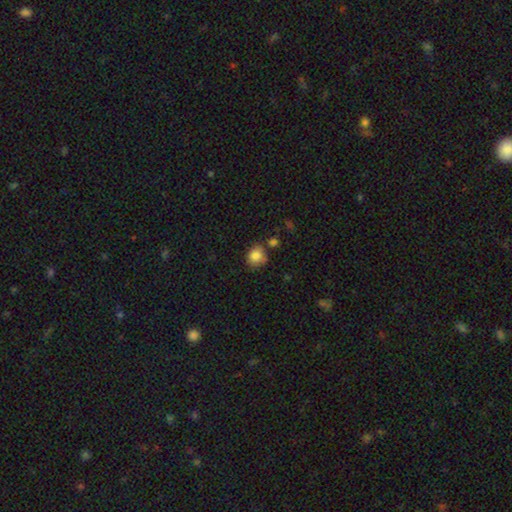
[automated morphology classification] Smooth or featured? smooth (85%)
How rounded? round (68%)
Merging? none (68%)